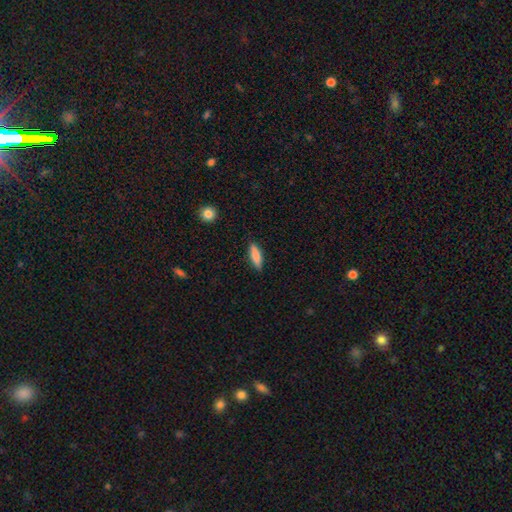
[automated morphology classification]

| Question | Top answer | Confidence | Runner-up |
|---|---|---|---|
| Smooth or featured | smooth | 76% | featured or disk (18%) |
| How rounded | cigar-shaped | 59% | in between (39%) |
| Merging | none | 87% | minor disturbance (10%) |